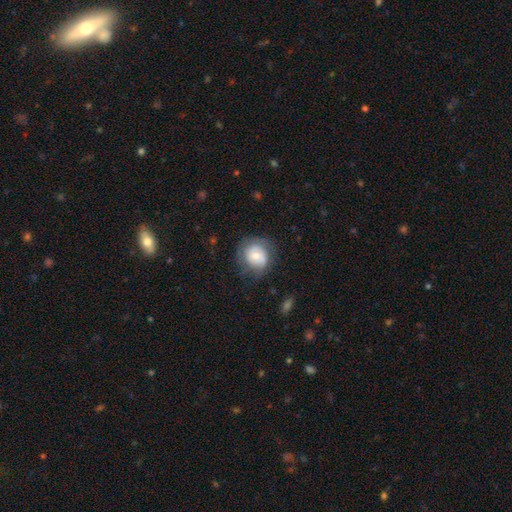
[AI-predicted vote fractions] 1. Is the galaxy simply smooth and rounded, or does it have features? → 54% smooth, 38% featured or disk, 8% star or artifact.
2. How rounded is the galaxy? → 76% round, 23% in between, 1% cigar-shaped.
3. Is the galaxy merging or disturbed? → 66% none, 22% minor disturbance, 11% major disturbance, 1% merger.